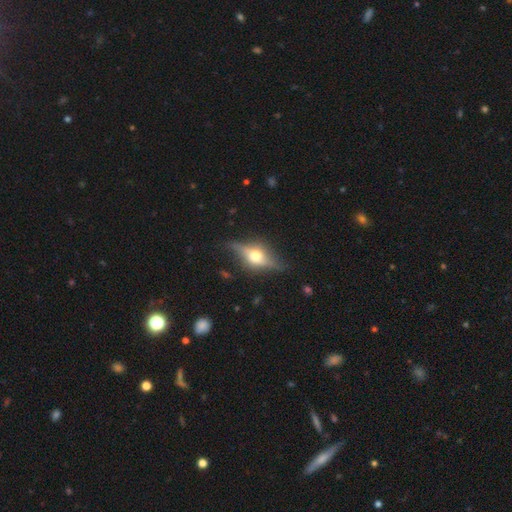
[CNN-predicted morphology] The model was most divided on "smooth or featured": featured or disk: 70%, smooth: 23%, star or artifact: 7%. More confident: edge-on bulge — rounded (94%); edge-on disk — yes (85%); merging — none (75%).